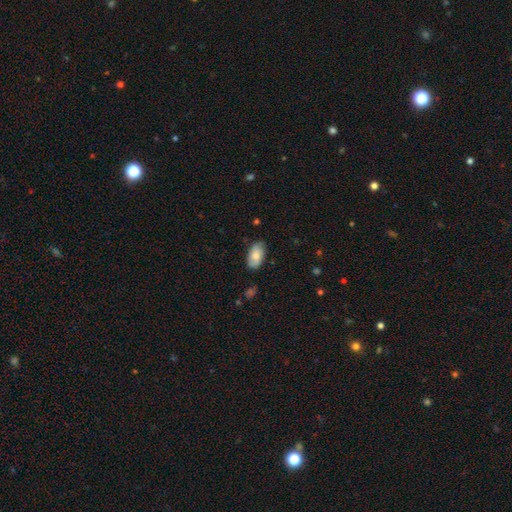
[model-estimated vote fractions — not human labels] smooth_or_featured: smooth (p=0.71) [alt: featured or disk p=0.22]
how_rounded: in between (p=0.94) [alt: round p=0.04]
merging: none (p=0.80) [alt: minor disturbance p=0.16]